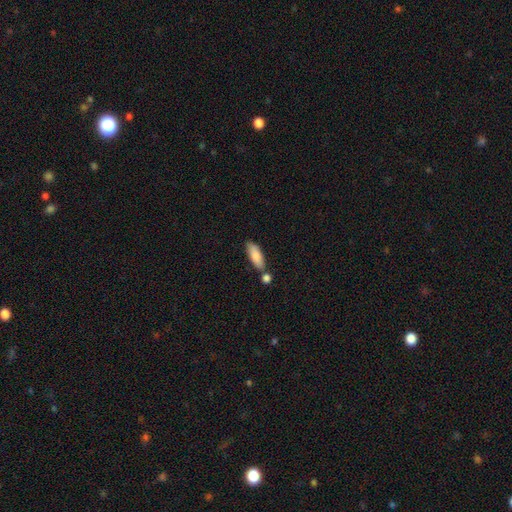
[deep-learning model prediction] smooth 84%, featured or disk 10%, star or artifact 6%. Down the decision tree: how rounded — in between (67%); merging — none (66%).